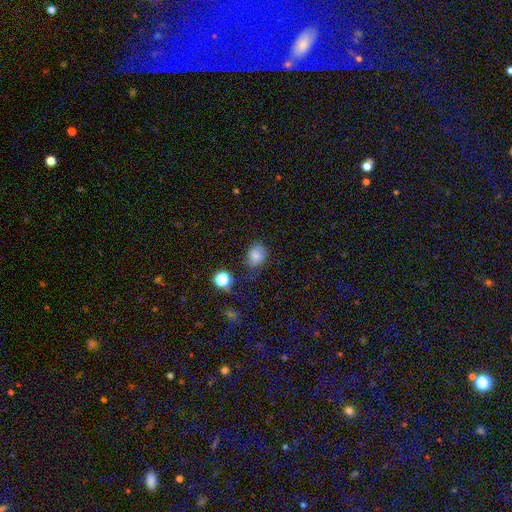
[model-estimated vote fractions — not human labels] smooth 73%, star or artifact 14%, featured or disk 13%. Down the decision tree: how rounded — in between (55%); merging — none (54%).